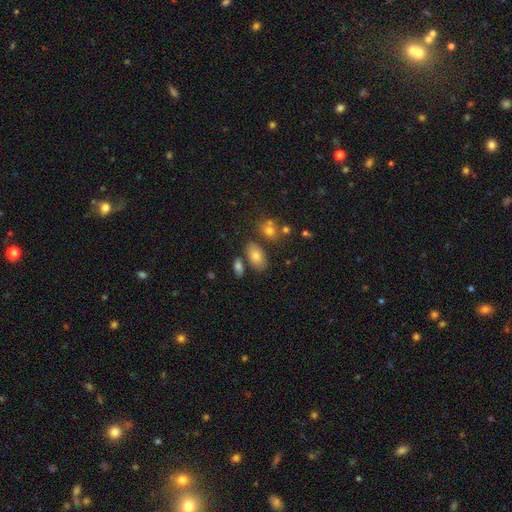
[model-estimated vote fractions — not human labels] Smooth or featured? Predicted: smooth (p=0.74). How rounded? Predicted: in between (p=0.90). Merging? Predicted: none (p=0.70).